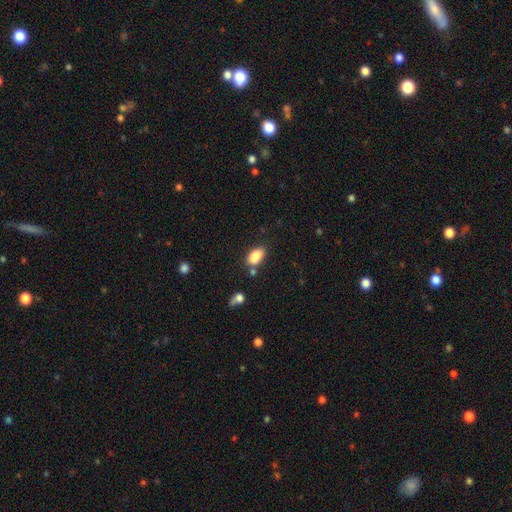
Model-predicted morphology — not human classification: Smooth or featured?
  - smooth: 85% *
  - star or artifact: 8%
  - featured or disk: 7%
How rounded?
  - in between: 92% *
  - round: 5%
  - cigar-shaped: 3%
Merging?
  - none: 68% *
  - minor disturbance: 15%
  - merger: 12%
  - major disturbance: 4%